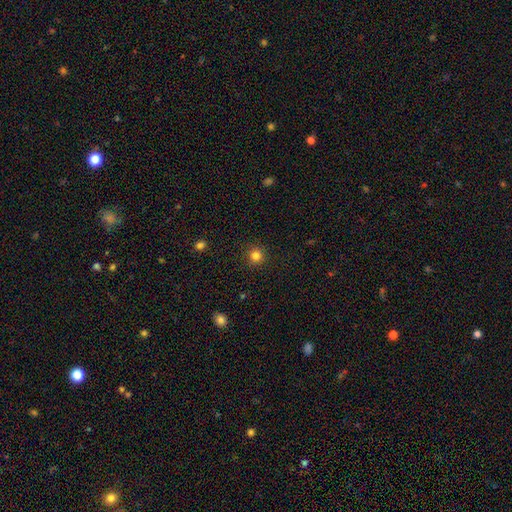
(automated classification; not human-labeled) Overall: smooth (83%). How rounded: round (94%). Merging: none (91%).